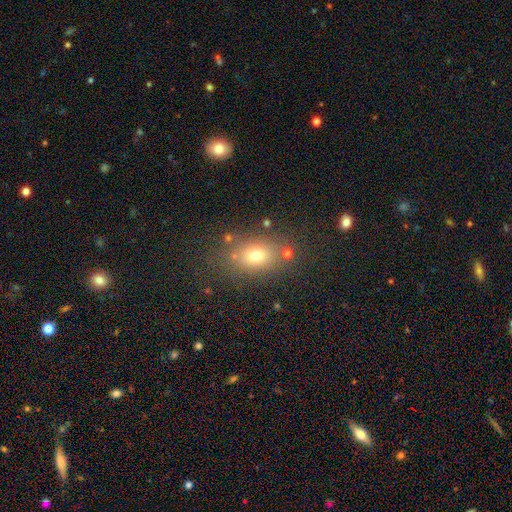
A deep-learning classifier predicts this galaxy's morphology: Overall: smooth (71%). How rounded: in between (71%). Merging: none (77%).